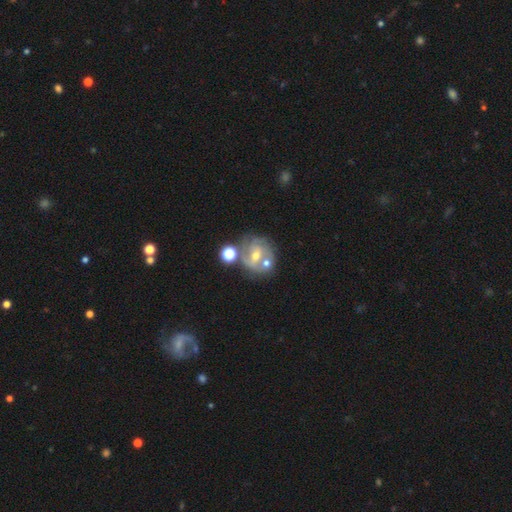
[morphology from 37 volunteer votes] Smooth or featured?
  - featured or disk: 73% *
  - smooth: 19%
  - star or artifact: 8%
Edge-on disk?
  - no: 96% *
  - yes: 4%
Bar?
  - weak: 38% *
  - strong: 31%
  - no: 31%
Spiral arms?
  - yes: 81% *
  - no: 19%
Spiral winding?
  - medium: 43% *
  - tight: 29%
  - loose: 29%
Spiral arm count?
  - 2: 38% *
  - can't tell: 33%
  - 3: 29%
  - 1: 0%
  - 4: 0%
  - more than 4: 0%
Bulge size?
  - moderate: 73% *
  - small: 27%
  - dominant: 0%
  - large: 0%
  - none: 0%
Merging?
  - none: 29% * (tied)
  - merger: 29% * (tied)
  - minor disturbance: 26%
  - major disturbance: 15%